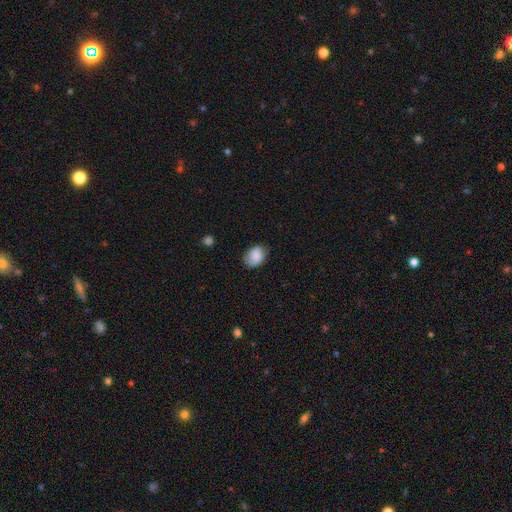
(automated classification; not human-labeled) Smooth or featured: smooth — 80% (featured or disk — 12%)
How rounded: in between — 59% (round — 40%)
Merging: none — 70% (minor disturbance — 23%)